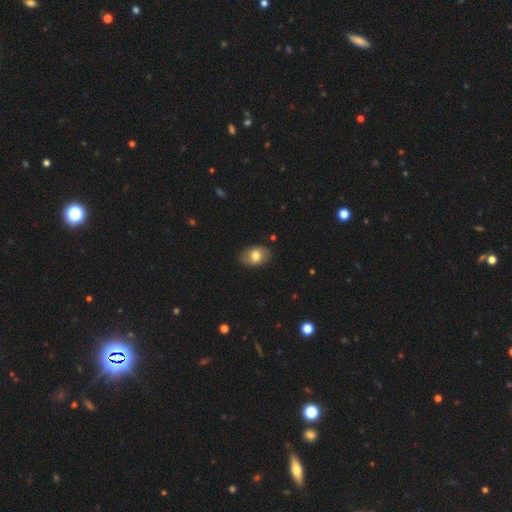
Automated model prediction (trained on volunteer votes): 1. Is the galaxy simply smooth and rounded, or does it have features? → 78% smooth, 14% featured or disk, 8% star or artifact.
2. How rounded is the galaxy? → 80% in between, 19% round, 1% cigar-shaped.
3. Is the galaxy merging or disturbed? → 85% none, 11% minor disturbance, 2% major disturbance, 1% merger.